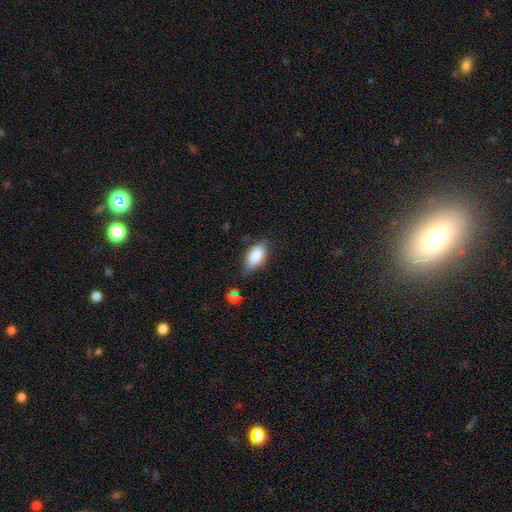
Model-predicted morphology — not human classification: smooth_or_featured: smooth (p=0.80) [alt: featured or disk p=0.12]
how_rounded: in between (p=0.88) [alt: cigar-shaped p=0.08]
merging: none (p=0.61) [alt: minor disturbance p=0.28]